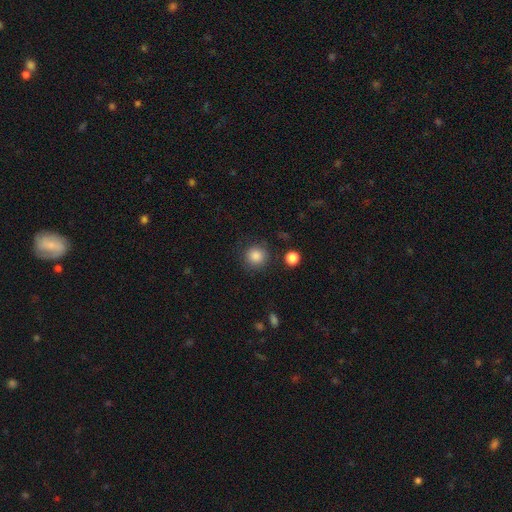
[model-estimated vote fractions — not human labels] A smooth galaxy with no disk features (86%) that is round (92%).

Vote fractions:
- Smooth or featured? smooth: 86% / star or artifact: 10% / featured or disk: 4%
- How rounded? round: 92% / in between: 7% / cigar-shaped: 1%
- Merging? none: 86% / minor disturbance: 9% / major disturbance: 3% / merger: 2%